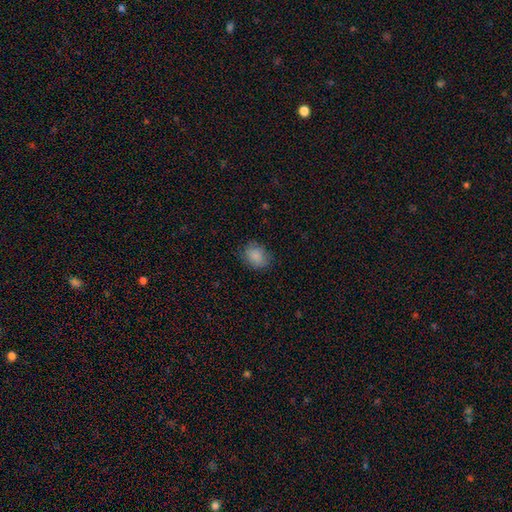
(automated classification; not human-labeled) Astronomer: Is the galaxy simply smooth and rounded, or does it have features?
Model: smooth — 87%.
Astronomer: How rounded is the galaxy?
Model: in between — 55% (runner-up: round, 44%).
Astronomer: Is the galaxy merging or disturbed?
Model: none — 78%.